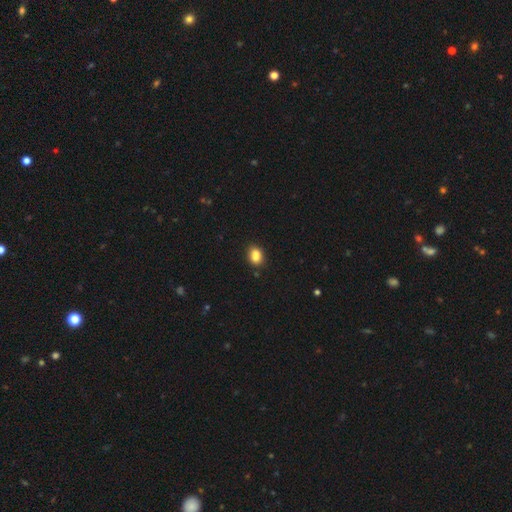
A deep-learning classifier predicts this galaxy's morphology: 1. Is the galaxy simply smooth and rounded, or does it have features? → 83% smooth, 10% star or artifact, 7% featured or disk.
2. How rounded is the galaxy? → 64% in between, 34% round, 1% cigar-shaped.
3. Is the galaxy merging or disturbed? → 64% none, 16% merger, 16% minor disturbance, 4% major disturbance.